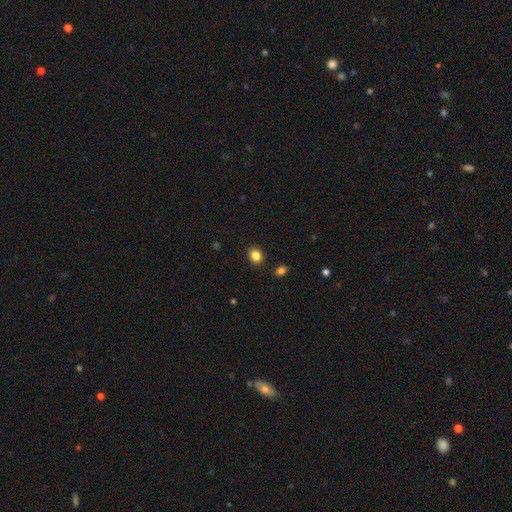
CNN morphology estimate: smooth-or-featured: smooth: 84% | star or artifact: 11% | featured or disk: 5%
  how-rounded: round: 63% | in between: 37% | cigar-shaped: 1%
  merging: none: 89% | minor disturbance: 7% | major disturbance: 2% | merger: 2%